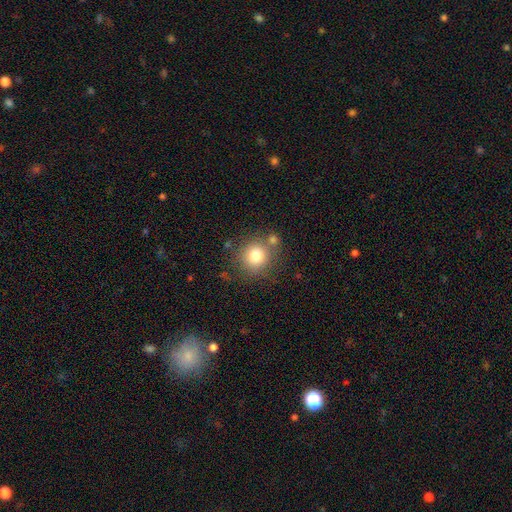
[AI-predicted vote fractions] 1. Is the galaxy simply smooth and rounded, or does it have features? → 78% smooth, 12% star or artifact, 10% featured or disk.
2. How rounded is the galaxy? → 91% round, 8% in between, 1% cigar-shaped.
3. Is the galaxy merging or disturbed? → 72% none, 12% merger, 11% minor disturbance, 4% major disturbance.